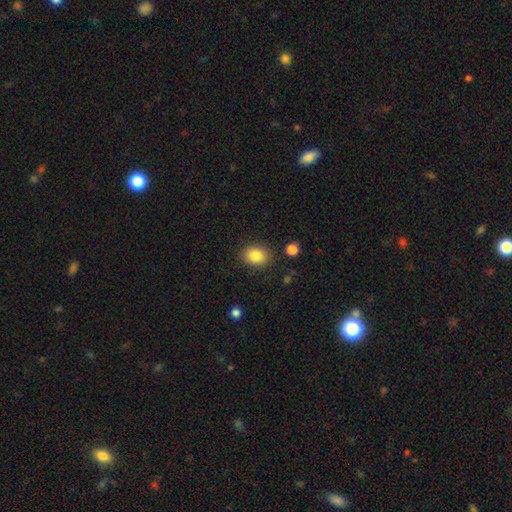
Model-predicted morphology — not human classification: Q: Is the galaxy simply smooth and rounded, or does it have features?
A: smooth — 85%.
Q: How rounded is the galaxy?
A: round — 52%.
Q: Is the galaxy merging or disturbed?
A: none — 86%.